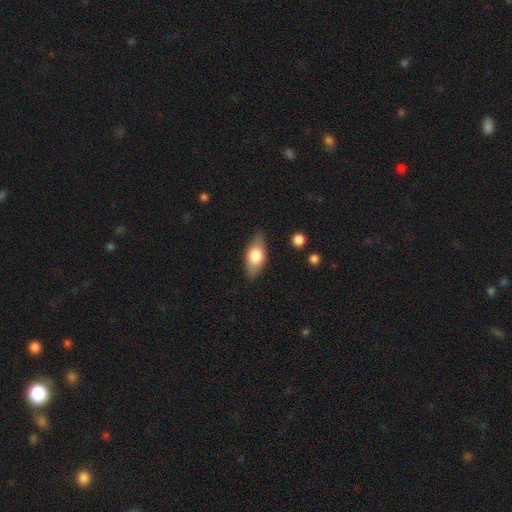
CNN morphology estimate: A smooth galaxy with no disk features (67%) that is in between round and cigar-shaped (81%).

Vote fractions:
- Smooth or featured? smooth: 67% / featured or disk: 27% / star or artifact: 6%
- How rounded? in between: 81% / cigar-shaped: 14% / round: 4%
- Merging? none: 81% / minor disturbance: 15% / major disturbance: 3% / merger: 1%